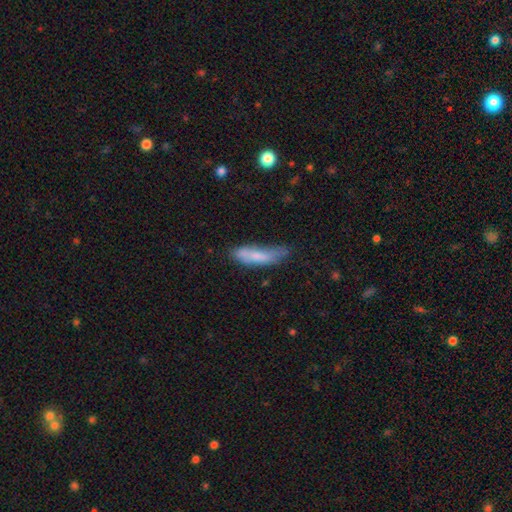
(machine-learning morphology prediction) type=smooth (70%); roundness=cigar-shaped (66%); merging=none (45%).